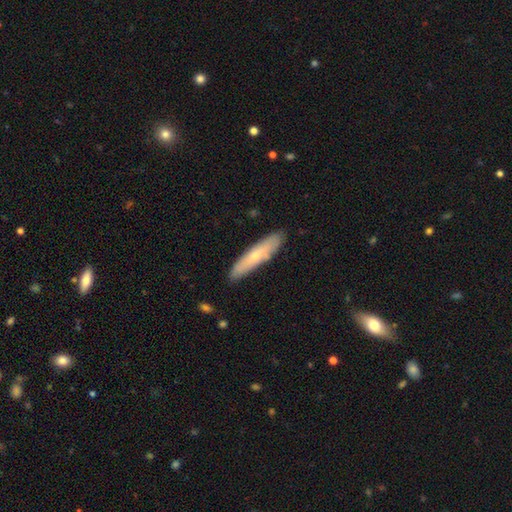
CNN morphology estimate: A smooth galaxy with no disk features (58%) that is cigar-shaped (83%). Merging: none (87%).